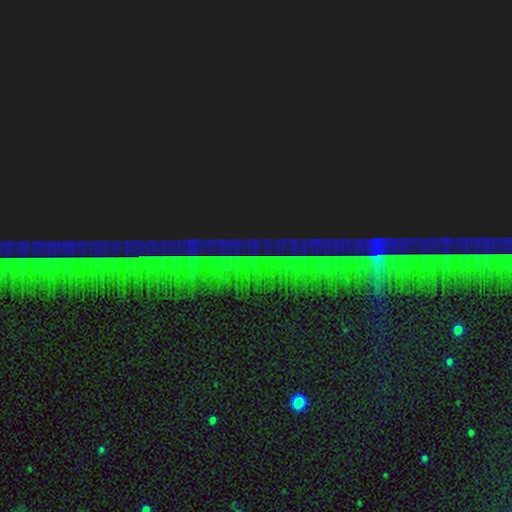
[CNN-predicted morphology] smooth-or-featured: star or artifact: 89% | featured or disk: 6% | smooth: 5%